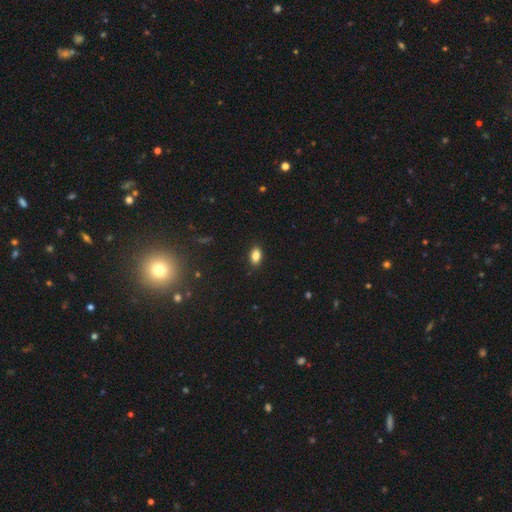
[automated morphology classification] type=smooth (84%); roundness=in between (89%); merging=none (88%).